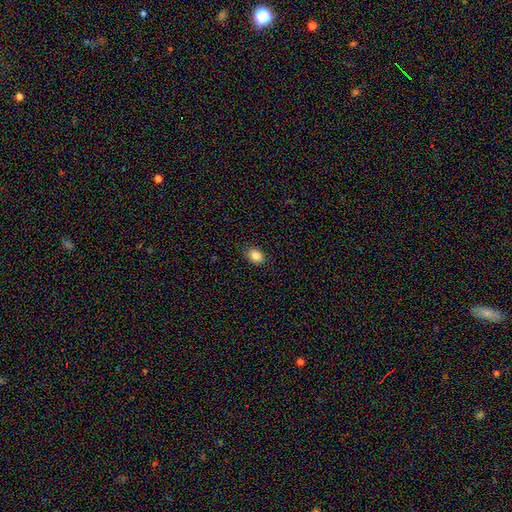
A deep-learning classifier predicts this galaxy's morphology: smooth_or_featured: smooth (p=0.87) [alt: star or artifact p=0.09]
how_rounded: in between (p=0.78) [alt: round p=0.21]
merging: none (p=0.86) [alt: minor disturbance p=0.11]